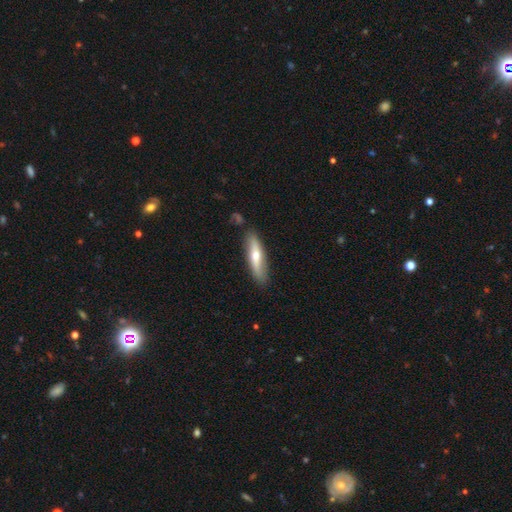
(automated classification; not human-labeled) Smooth or featured? Predicted: smooth (p=0.49). Merging? Predicted: none (p=0.82).